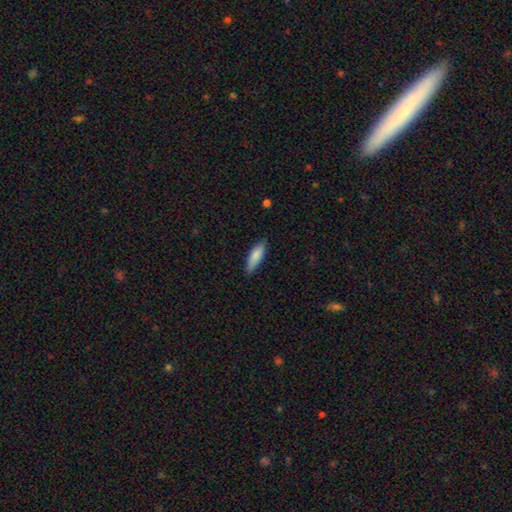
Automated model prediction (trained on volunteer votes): smooth-or-featured: smooth: 84% | featured or disk: 11% | star or artifact: 6%
  how-rounded: cigar-shaped: 49% (tied) | in between: 49% (tied) | round: 2%
  merging: none: 82% | minor disturbance: 14% | major disturbance: 2% | merger: 1%